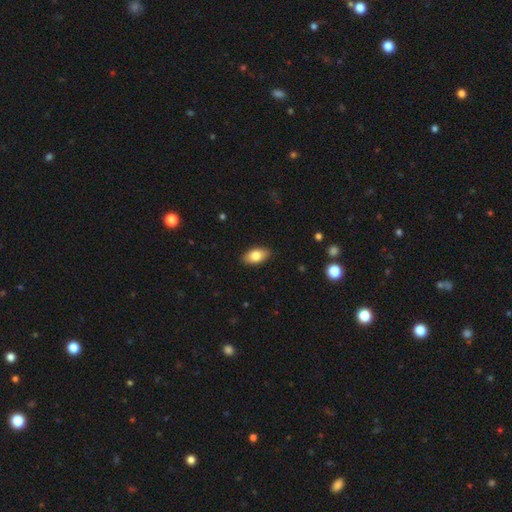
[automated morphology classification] Overall: smooth (80%). How rounded: in between (92%). Merging: none (89%).